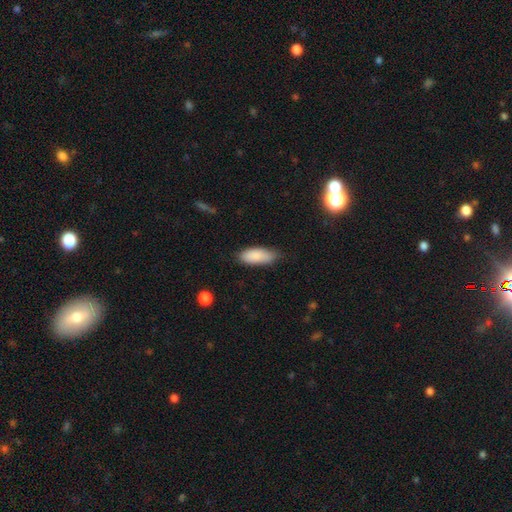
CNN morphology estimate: This appears to be a smooth galaxy with no disk features (87%) that is in between round and cigar-shaped (81%). Merging: none (71%).